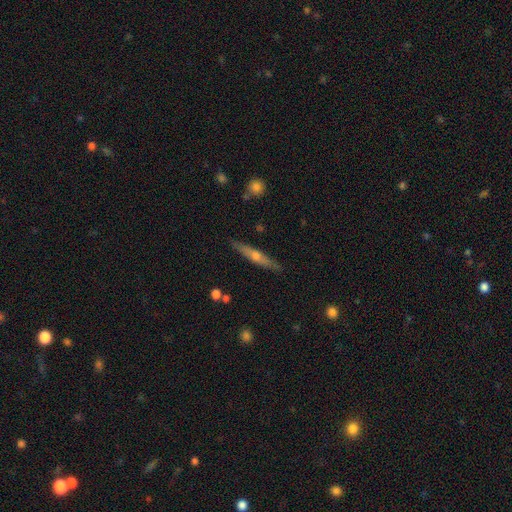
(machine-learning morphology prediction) Smooth or featured?
  - featured or disk: 64% *
  - smooth: 30%
  - star or artifact: 6%
Edge-on disk?
  - yes: 95% *
  - no: 5%
Edge-on bulge?
  - rounded: 84% *
  - none: 12%
  - boxy: 4%
Merging?
  - none: 88% *
  - minor disturbance: 9%
  - major disturbance: 2%
  - merger: 1%